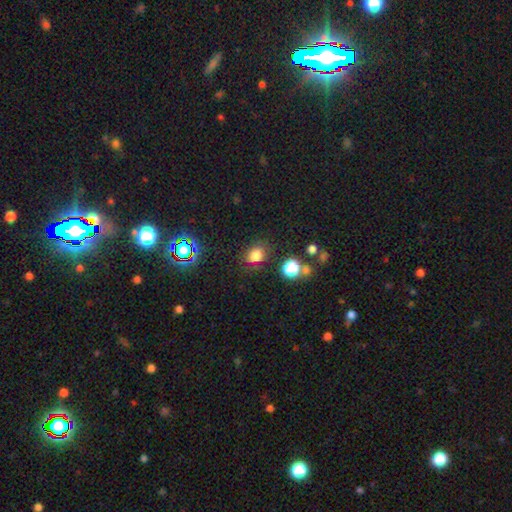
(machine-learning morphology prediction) Smooth or featured? Predicted: smooth (p=0.72). How rounded? Predicted: round (p=0.51). Merging? Predicted: none (p=0.74).